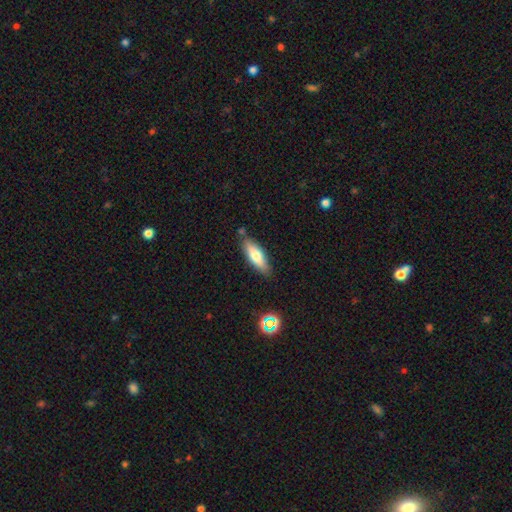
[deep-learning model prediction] Smooth or featured? smooth (70%)
How rounded? in between (52%)
Merging? none (80%)